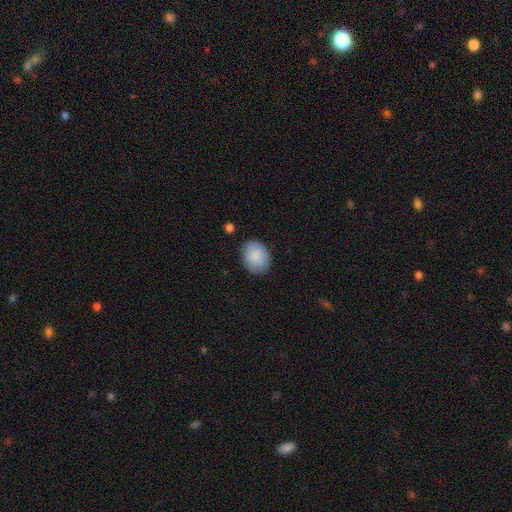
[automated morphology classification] smooth 80%, featured or disk 13%, star or artifact 6%. Down the decision tree: how rounded — in between (57%); merging — none (76%).